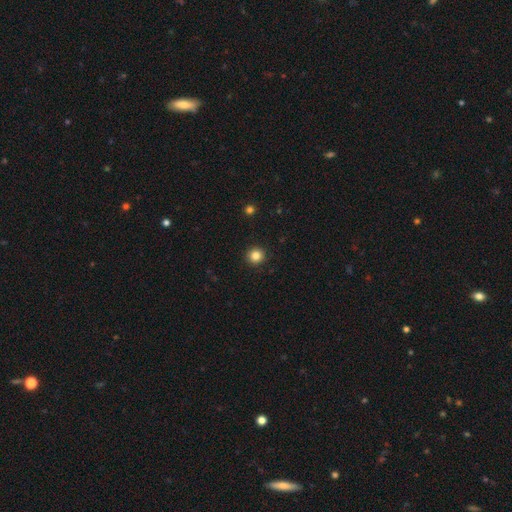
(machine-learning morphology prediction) smooth 84%, star or artifact 12%, featured or disk 4%. Down the decision tree: how rounded — round (94%); merging — none (93%).